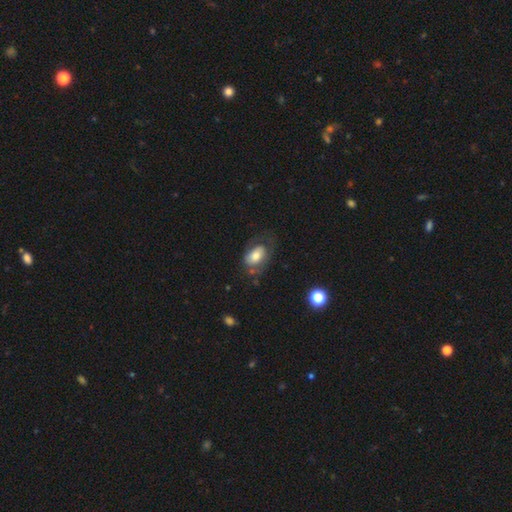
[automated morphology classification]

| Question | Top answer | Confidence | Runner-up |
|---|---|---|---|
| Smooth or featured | smooth | 63% | featured or disk (29%) |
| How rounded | in between | 88% | round (10%) |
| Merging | none | 50% | minor disturbance (25%) |